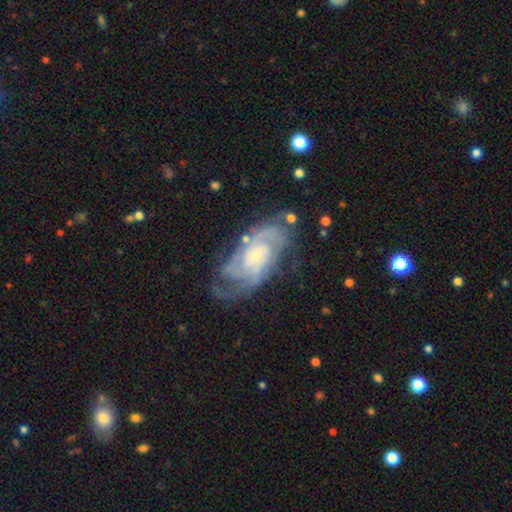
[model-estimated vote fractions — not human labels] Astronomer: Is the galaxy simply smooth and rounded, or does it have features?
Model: featured or disk — 89%.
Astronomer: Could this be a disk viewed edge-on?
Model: no — 96%.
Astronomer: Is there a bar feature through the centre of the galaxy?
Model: no — 62%.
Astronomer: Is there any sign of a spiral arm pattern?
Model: yes — 97%.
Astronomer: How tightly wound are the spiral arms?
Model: tight — 57% (runner-up: medium, 36%).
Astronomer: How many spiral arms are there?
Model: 2 — 38% (runner-up: 3, 23%).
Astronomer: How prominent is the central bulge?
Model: small — 71%.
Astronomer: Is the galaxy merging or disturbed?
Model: none — 67%.